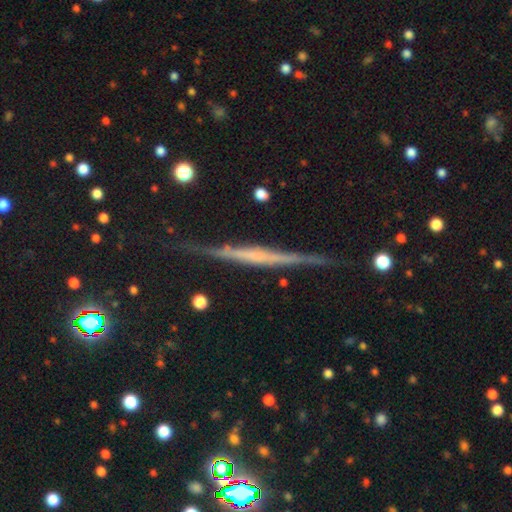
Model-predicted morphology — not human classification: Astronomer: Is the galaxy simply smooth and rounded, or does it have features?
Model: featured or disk — 75%.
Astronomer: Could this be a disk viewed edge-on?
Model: yes — 97%.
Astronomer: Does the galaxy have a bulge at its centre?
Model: none — 47% (runner-up: boxy, 27%).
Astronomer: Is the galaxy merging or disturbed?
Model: none — 83%.